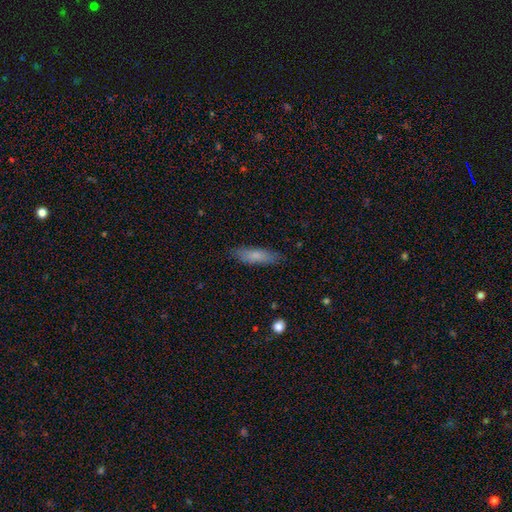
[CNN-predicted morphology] Smooth or featured? Predicted: smooth (p=0.76). How rounded? Predicted: cigar-shaped (p=0.64). Merging? Predicted: none (p=0.84).